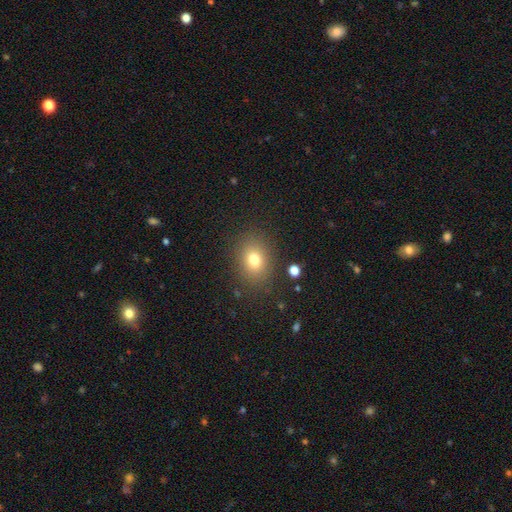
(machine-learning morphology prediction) This appears to be a smooth galaxy with no disk features (71%) that is round (53%). Merging: none (89%).